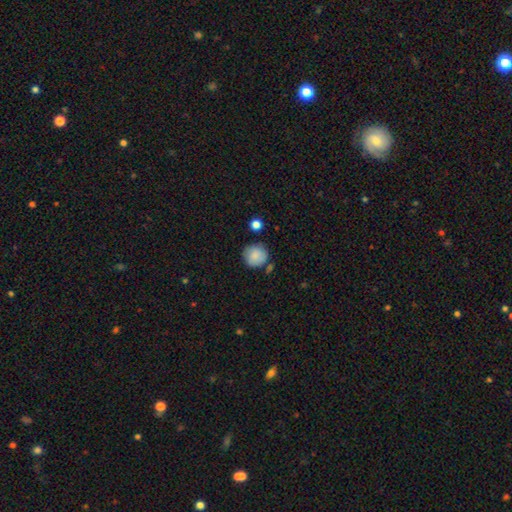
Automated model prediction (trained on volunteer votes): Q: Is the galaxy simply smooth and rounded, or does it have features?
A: smooth — 85%.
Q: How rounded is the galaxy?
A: round — 92%.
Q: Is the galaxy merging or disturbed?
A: none — 77%.